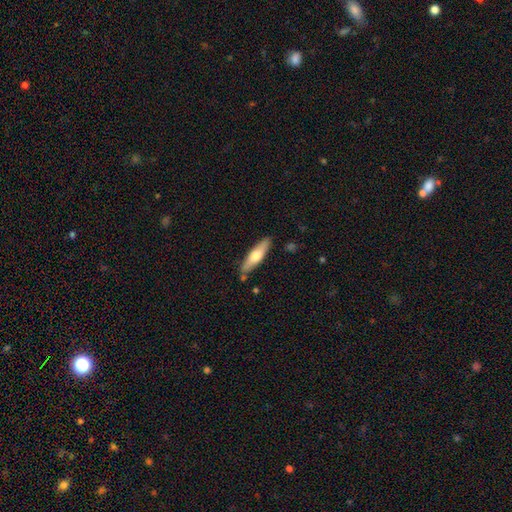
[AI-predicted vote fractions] A smooth galaxy with no disk features (58%) that is cigar-shaped (71%). Merging: none (83%).